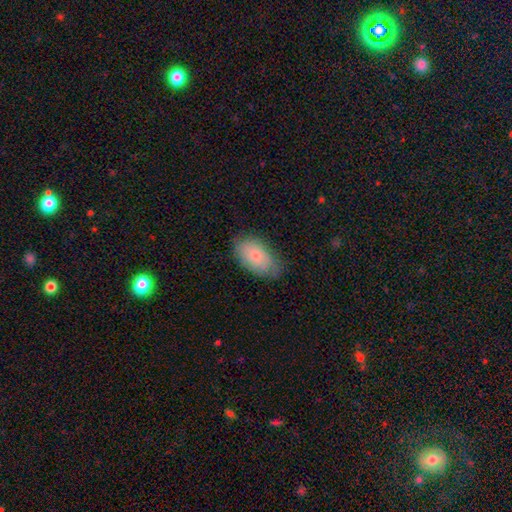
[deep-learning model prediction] Smooth or featured?
  - smooth: 75% *
  - featured or disk: 18%
  - star or artifact: 7%
How rounded?
  - in between: 92% *
  - round: 6%
  - cigar-shaped: 2%
Merging?
  - none: 68% *
  - minor disturbance: 25%
  - major disturbance: 5%
  - merger: 1%